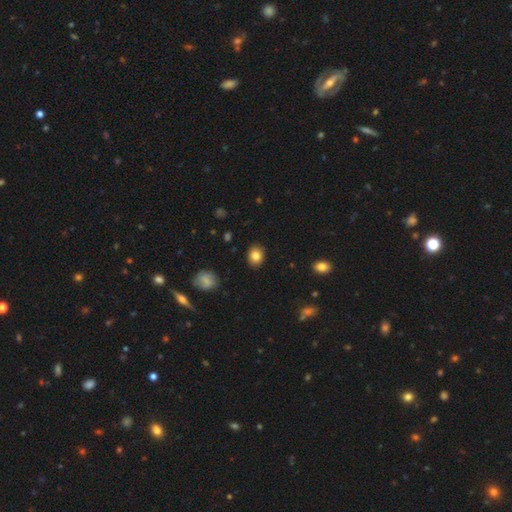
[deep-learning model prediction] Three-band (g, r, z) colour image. It shows a smooth galaxy with no disk features (83%) that is round (58%). Merging: none (89%).